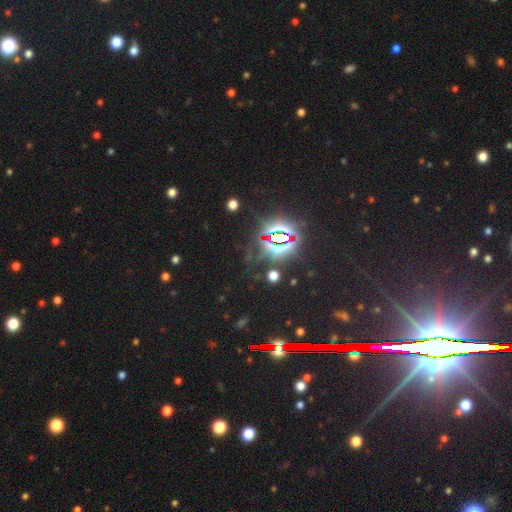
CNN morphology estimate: This appears to be a star or artifact, not a galaxy (83%).